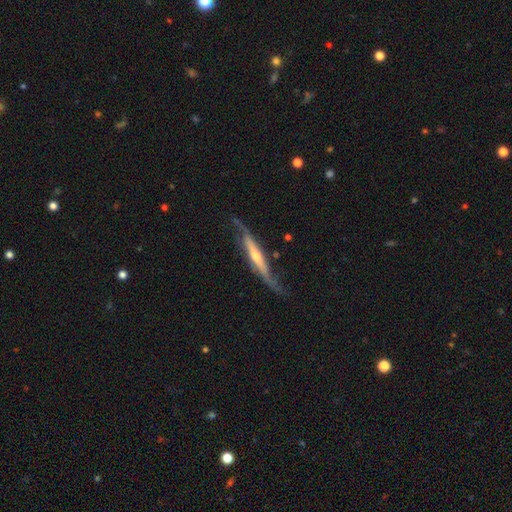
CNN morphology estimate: Q: Smooth or featured?
A: featured or disk (80%); runner-up: smooth (14%)
Q: Edge-on disk?
A: yes (79%); runner-up: no (21%)
Q: Edge-on bulge?
A: rounded (57%); runner-up: none (31%)
Q: Merging?
A: none (64%); runner-up: minor disturbance (25%)